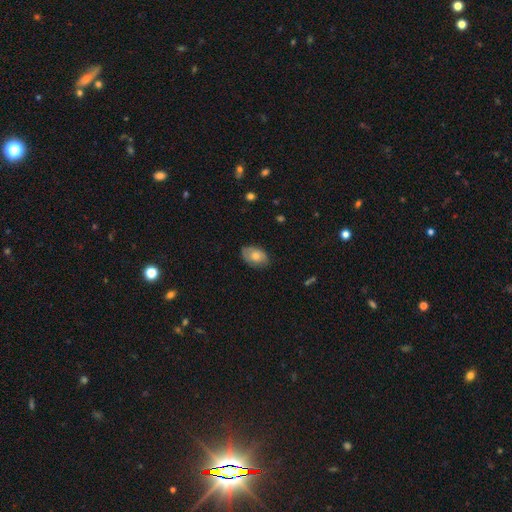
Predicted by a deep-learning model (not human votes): This is likely a smooth galaxy (68%). How rounded: clearly in between (86%). Merging: likely none (76%).